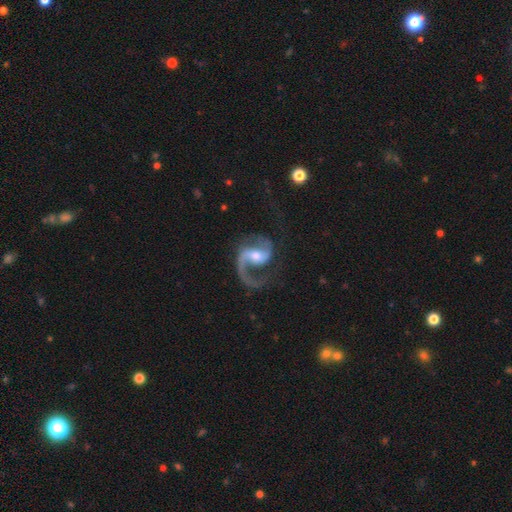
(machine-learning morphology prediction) A featured or disk galaxy (92%) with a weak bar (48%), 2 (71%) medium (48%) spiral arms (98%) and a moderate central bulge (58%). Merging: none (62%).